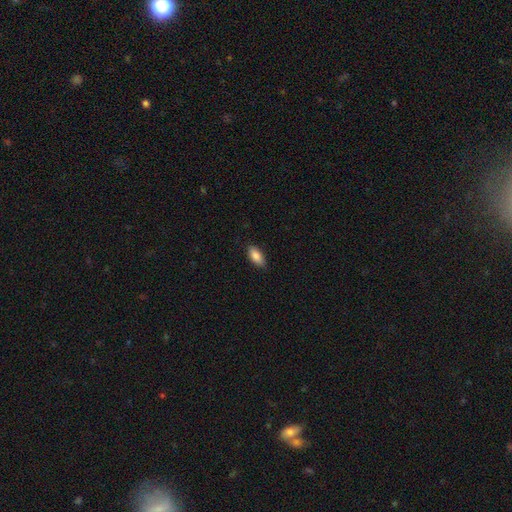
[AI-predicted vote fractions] Smooth or featured?
  - smooth: 87% *
  - featured or disk: 7%
  - star or artifact: 6%
How rounded?
  - in between: 88% *
  - cigar-shaped: 10%
  - round: 2%
Merging?
  - none: 85% *
  - minor disturbance: 12%
  - major disturbance: 2%
  - merger: 1%